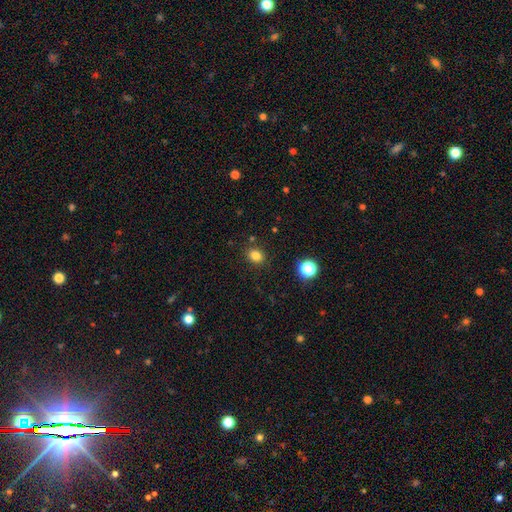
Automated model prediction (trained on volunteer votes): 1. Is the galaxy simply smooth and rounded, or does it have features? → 81% smooth, 14% star or artifact, 5% featured or disk.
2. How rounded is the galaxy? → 53% round, 46% in between, 1% cigar-shaped.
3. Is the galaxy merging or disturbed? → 86% none, 9% minor disturbance, 3% major disturbance, 3% merger.